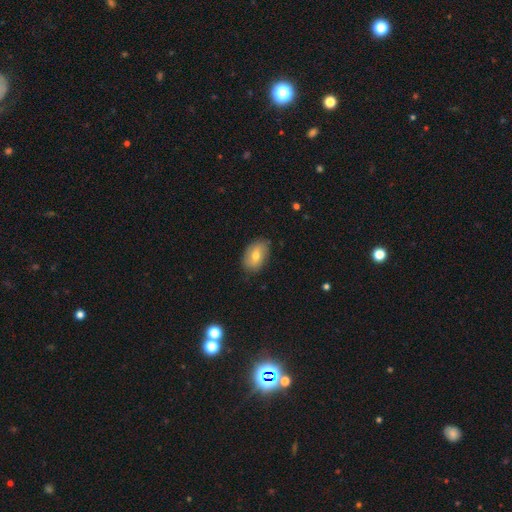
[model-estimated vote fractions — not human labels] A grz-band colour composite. It shows a smooth galaxy with no disk features (64%) that is in between round and cigar-shaped (88%). Merging: none (81%).